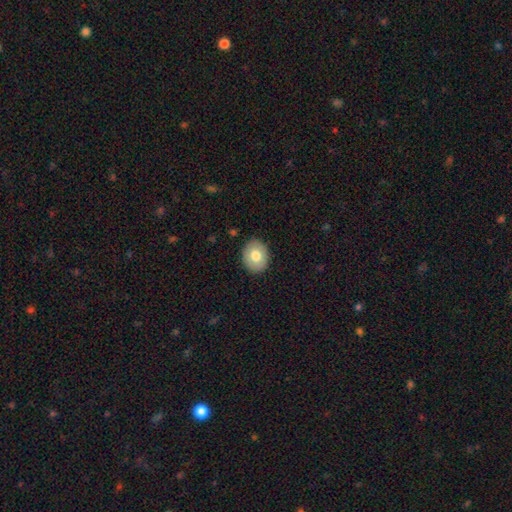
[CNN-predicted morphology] This appears to be a smooth galaxy with no disk features (74%) that is in between round and cigar-shaped (50%). Merging: none (88%).